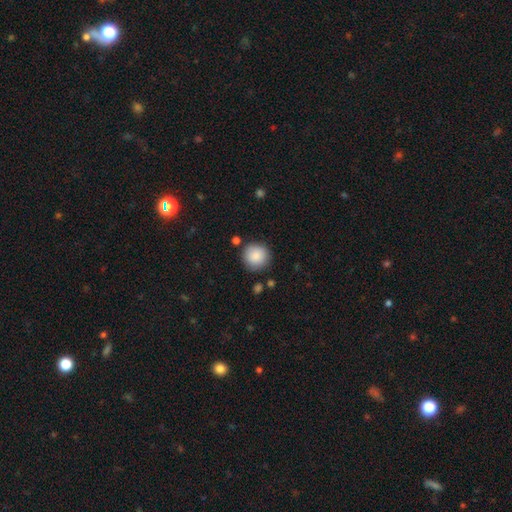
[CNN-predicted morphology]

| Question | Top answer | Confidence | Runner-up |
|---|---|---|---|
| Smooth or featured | smooth | 88% | star or artifact (7%) |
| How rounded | round | 93% | in between (6%) |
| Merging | none | 85% | minor disturbance (9%) |